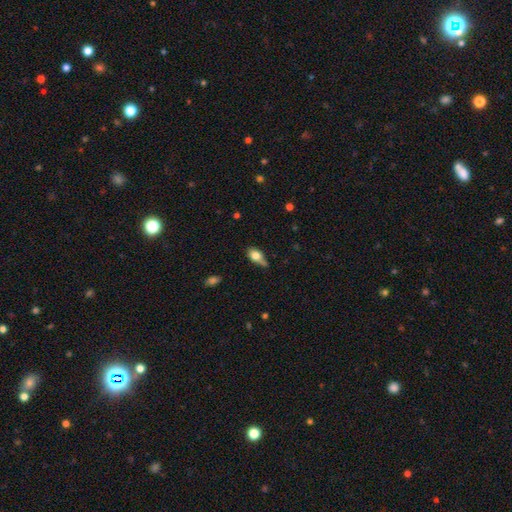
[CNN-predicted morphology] Q: Smooth or featured?
A: smooth (74%); runner-up: featured or disk (17%)
Q: How rounded?
A: in between (76%); runner-up: round (17%)
Q: Merging?
A: none (38%); tied with: minor disturbance (38%)